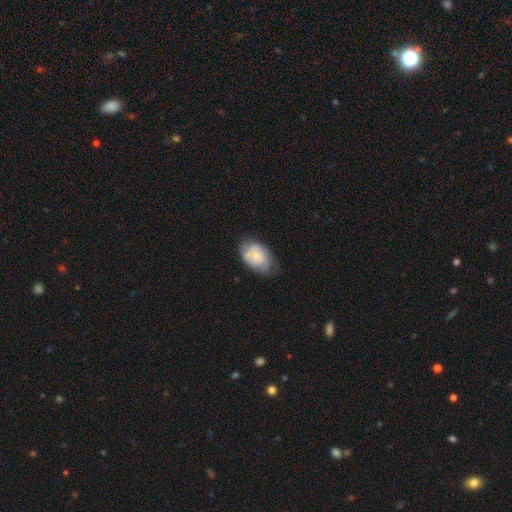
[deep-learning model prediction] Smooth or featured? smooth (50%)
Merging? none (60%)